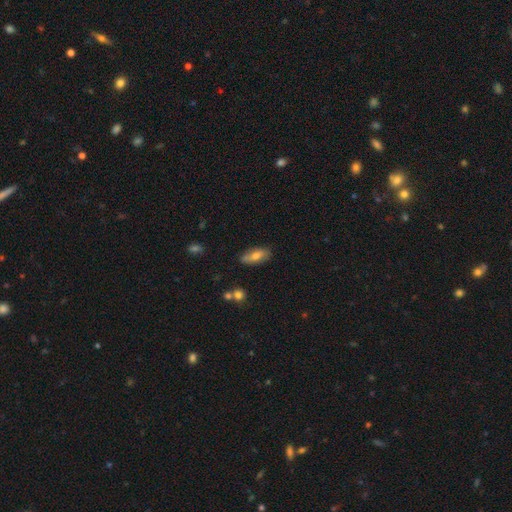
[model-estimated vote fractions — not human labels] Smooth or featured?
  - smooth: 68% *
  - featured or disk: 24%
  - star or artifact: 8%
How rounded?
  - in between: 81% *
  - cigar-shaped: 16%
  - round: 3%
Merging?
  - none: 78% *
  - minor disturbance: 16%
  - major disturbance: 3%
  - merger: 3%